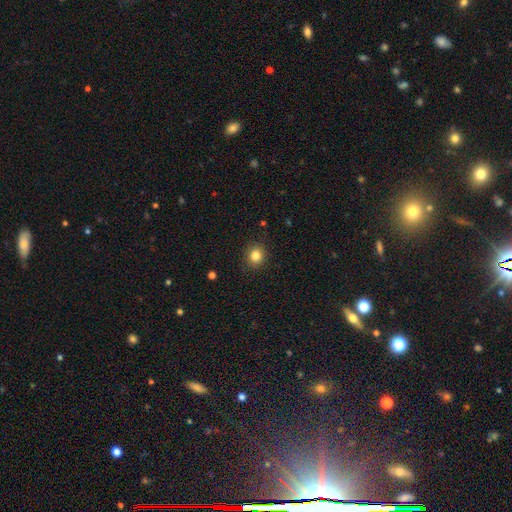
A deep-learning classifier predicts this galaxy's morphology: Smooth or featured: smooth — 83% (star or artifact — 11%)
How rounded: round — 82% (in between — 17%)
Merging: none — 90% (minor disturbance — 7%)